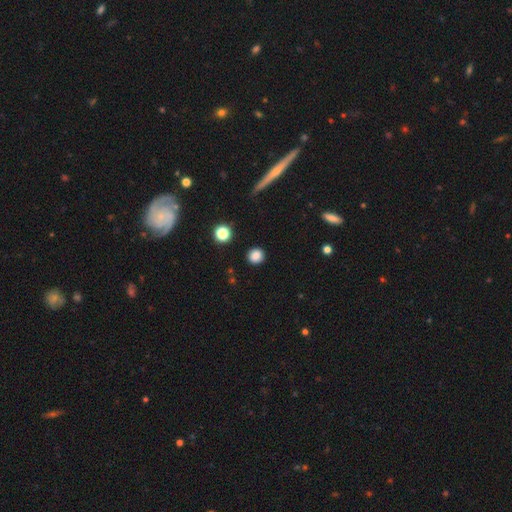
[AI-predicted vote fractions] A smooth galaxy with no disk features (85%) that is round (88%).

Vote fractions:
- Smooth or featured? smooth: 85% / star or artifact: 11% / featured or disk: 4%
- How rounded? round: 88% / in between: 11% / cigar-shaped: 1%
- Merging? none: 90% / minor disturbance: 6% / major disturbance: 2% / merger: 2%